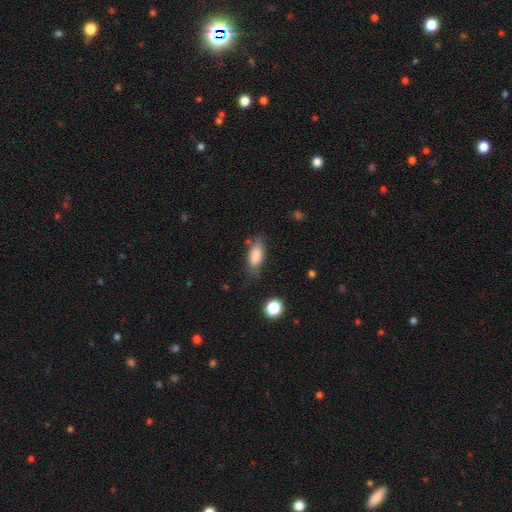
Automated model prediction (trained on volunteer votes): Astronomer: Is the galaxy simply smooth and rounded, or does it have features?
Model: smooth — 82%.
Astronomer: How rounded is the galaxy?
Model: in between — 78%.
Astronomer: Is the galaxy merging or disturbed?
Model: none — 68%.